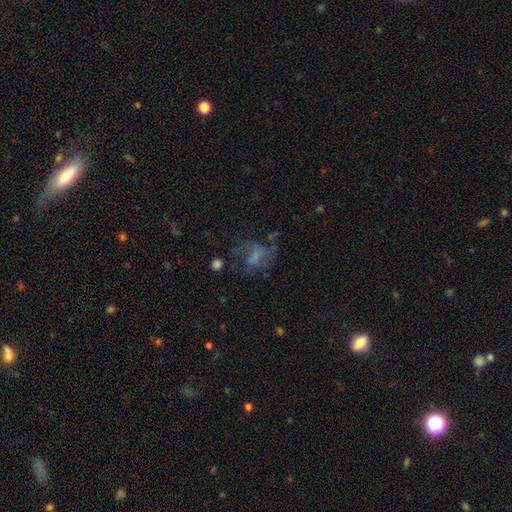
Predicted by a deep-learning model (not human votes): A featured or disk galaxy (45%). Merging: major disturbance (39%).